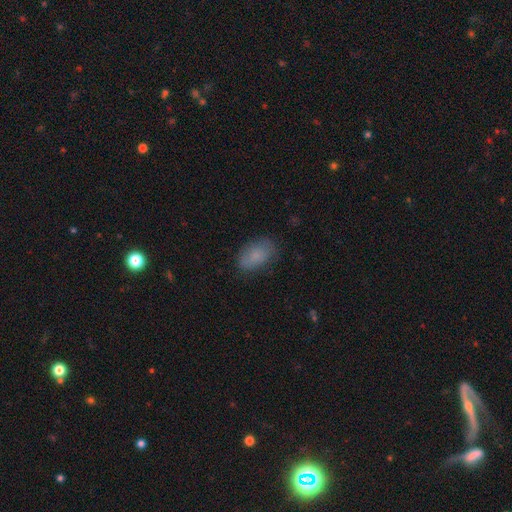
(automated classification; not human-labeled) This is clearly a smooth galaxy (82%). How rounded: clearly in between (91%). Merging: likely none (76%).